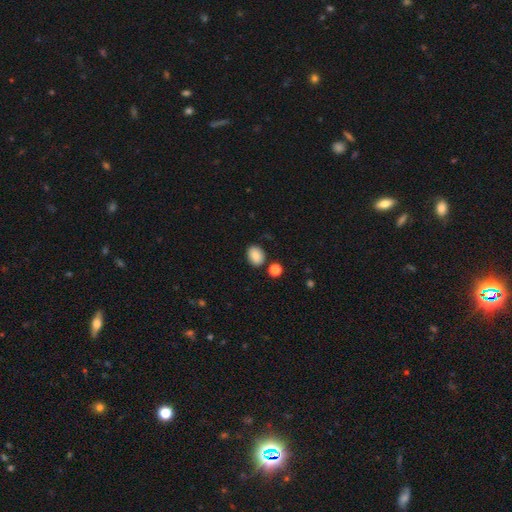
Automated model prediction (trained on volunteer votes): Smooth or featured? smooth (87%)
How rounded? in between (63%)
Merging? none (82%)